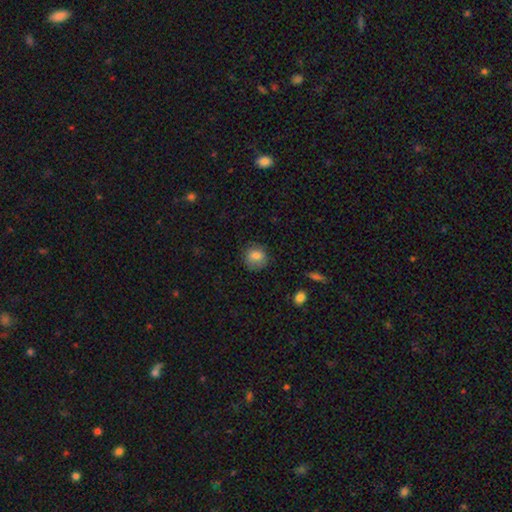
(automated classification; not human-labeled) The model was most divided on "merging": none: 74%, minor disturbance: 19%, major disturbance: 6%, merger: 1%. More confident: smooth or featured — smooth (82%); how rounded — round (77%).